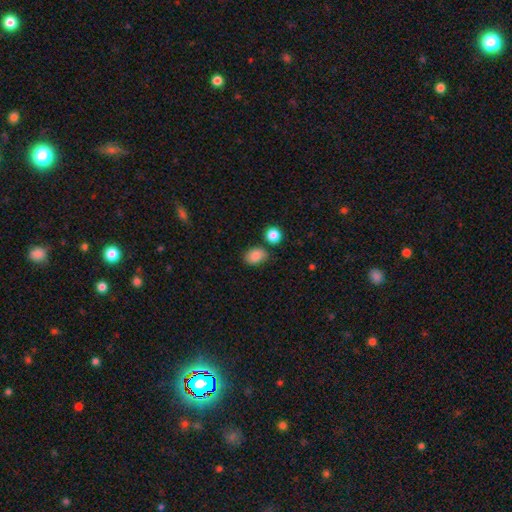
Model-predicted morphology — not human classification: Smooth or featured?
  - smooth: 86% *
  - star or artifact: 9%
  - featured or disk: 5%
How rounded?
  - in between: 68% *
  - round: 31%
  - cigar-shaped: 1%
Merging?
  - none: 73% *
  - minor disturbance: 18%
  - merger: 6%
  - major disturbance: 4%